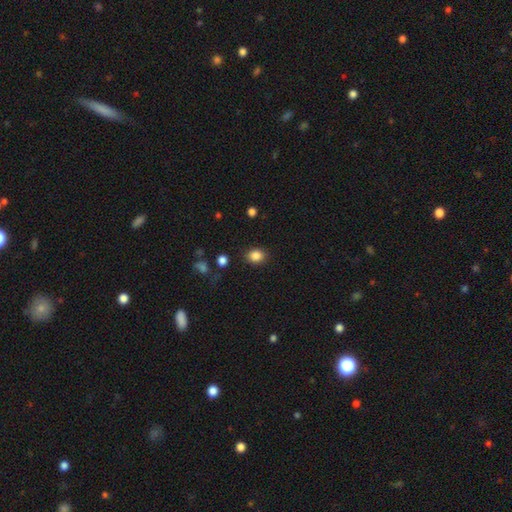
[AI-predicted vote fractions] Smooth or featured?
  - smooth: 85% *
  - star or artifact: 10%
  - featured or disk: 4%
How rounded?
  - round: 57% *
  - in between: 42%
  - cigar-shaped: 1%
Merging?
  - none: 86% *
  - minor disturbance: 9%
  - major disturbance: 3%
  - merger: 2%